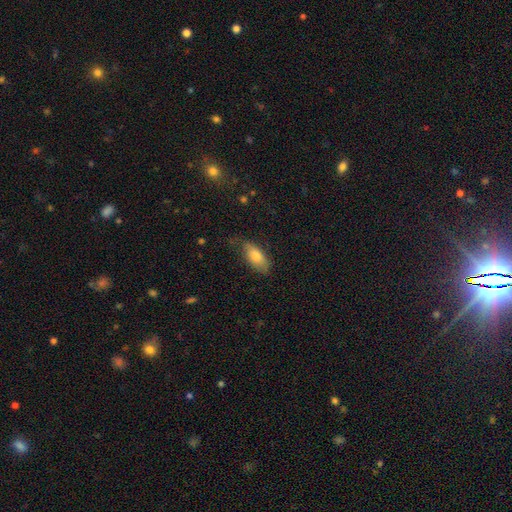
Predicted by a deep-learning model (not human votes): This is likely a smooth galaxy (79%). How rounded: clearly in between (84%). Merging: likely none (65%).